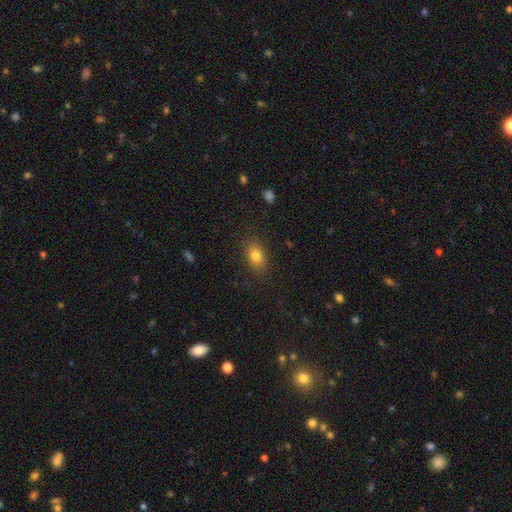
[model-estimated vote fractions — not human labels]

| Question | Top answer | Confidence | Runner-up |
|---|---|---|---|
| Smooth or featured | smooth | 82% | star or artifact (10%) |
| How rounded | in between | 79% | round (19%) |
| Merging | none | 84% | minor disturbance (11%) |